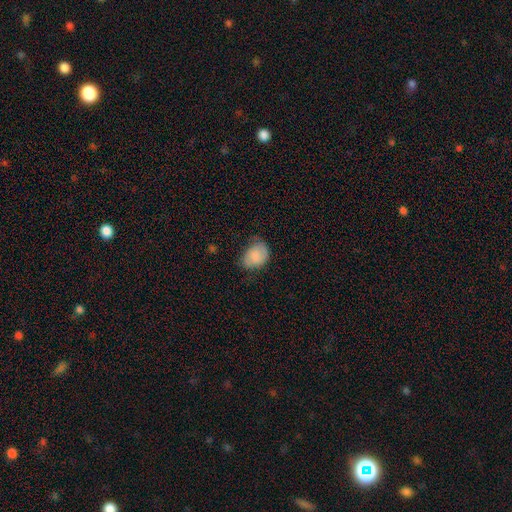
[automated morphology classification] Q: Smooth or featured?
A: smooth (78%); runner-up: featured or disk (15%)
Q: How rounded?
A: in between (68%); runner-up: round (31%)
Q: Merging?
A: none (50%); runner-up: minor disturbance (37%)